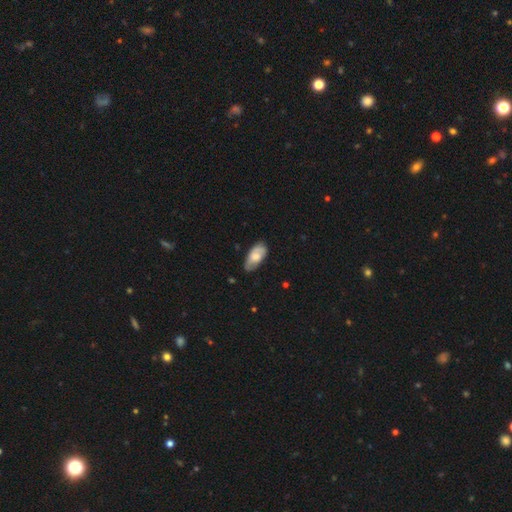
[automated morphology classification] smooth 62%, featured or disk 31%, star or artifact 6%. Down the decision tree: how rounded — in between (91%); merging — none (67%).